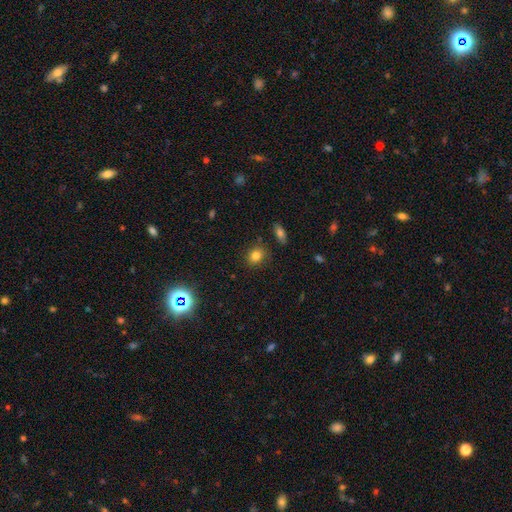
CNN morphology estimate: The model was most divided on "how rounded": round: 59%, in between: 39%, cigar-shaped: 1%. More confident: merging — none (82%); smooth or featured — smooth (81%).